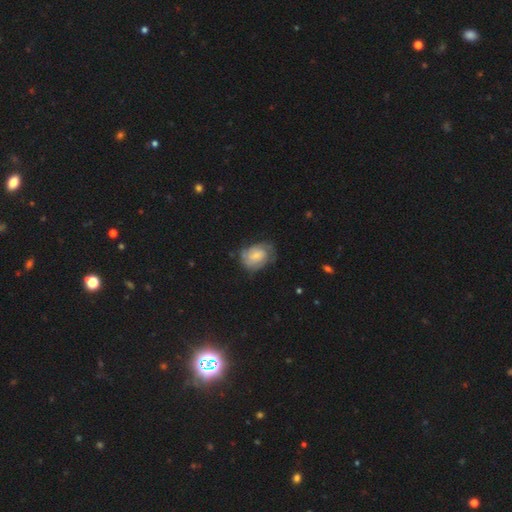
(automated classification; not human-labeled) The model was most divided on "smooth or featured": featured or disk: 54%, smooth: 39%, star or artifact: 7%. More confident: edge-on disk — no (97%); spiral arms — yes (82%); bar — no (64%); merging — none (57%); bulge size — small (51%).